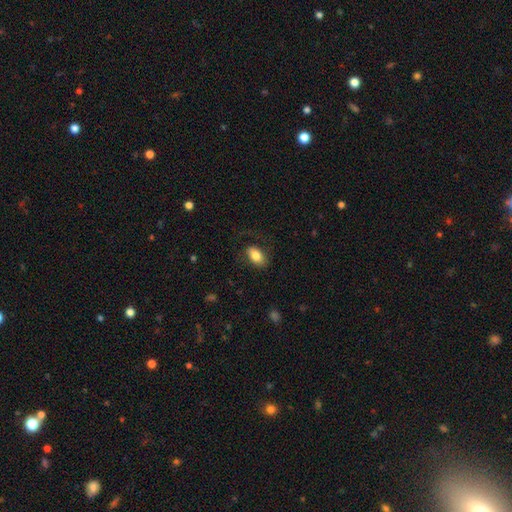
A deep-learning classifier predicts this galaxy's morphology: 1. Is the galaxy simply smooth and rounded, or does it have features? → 81% smooth, 12% featured or disk, 7% star or artifact.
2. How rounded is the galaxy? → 91% in between, 8% round, 2% cigar-shaped.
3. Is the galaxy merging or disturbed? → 76% none, 15% minor disturbance, 8% major disturbance, 1% merger.